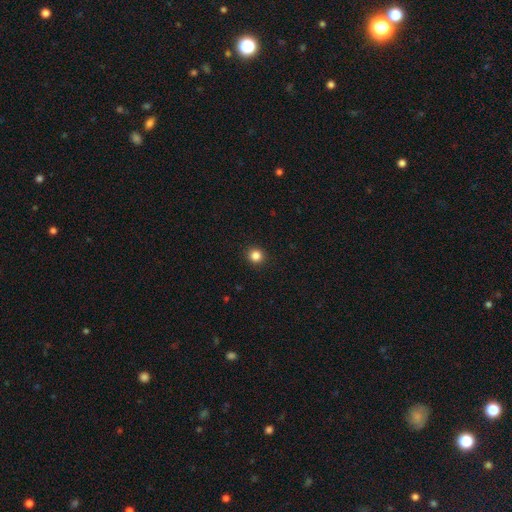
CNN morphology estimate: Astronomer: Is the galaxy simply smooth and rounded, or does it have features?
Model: smooth — 85%.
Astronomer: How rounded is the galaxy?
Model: round — 94%.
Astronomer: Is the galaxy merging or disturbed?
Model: none — 93%.